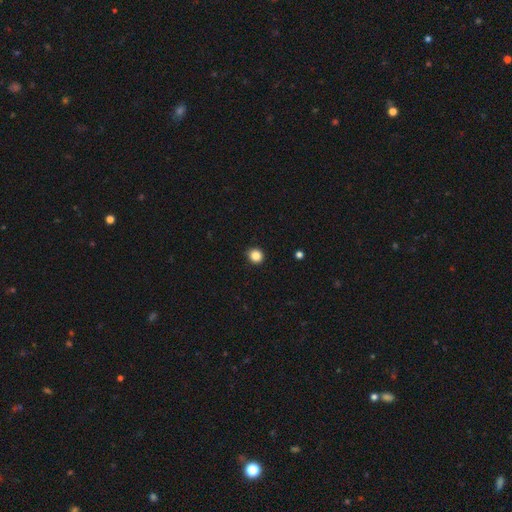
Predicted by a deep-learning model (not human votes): Smooth or featured?
  - smooth: 86% *
  - star or artifact: 11%
  - featured or disk: 3%
How rounded?
  - round: 88% *
  - in between: 11%
  - cigar-shaped: 1%
Merging?
  - none: 91% *
  - minor disturbance: 6%
  - major disturbance: 2%
  - merger: 1%